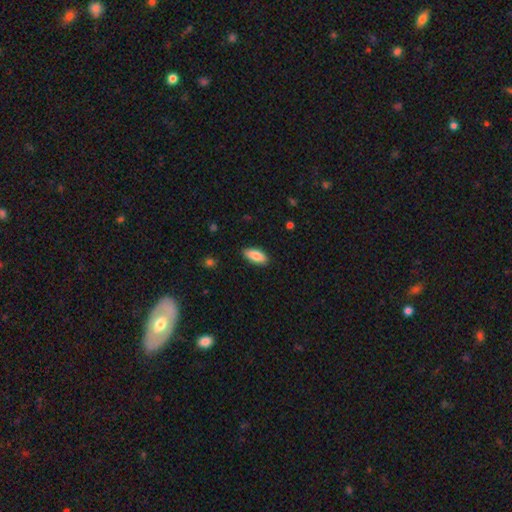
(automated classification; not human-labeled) Smooth or featured: smooth — 84% (featured or disk — 9%)
How rounded: in between — 85% (cigar-shaped — 13%)
Merging: none — 87% (minor disturbance — 10%)